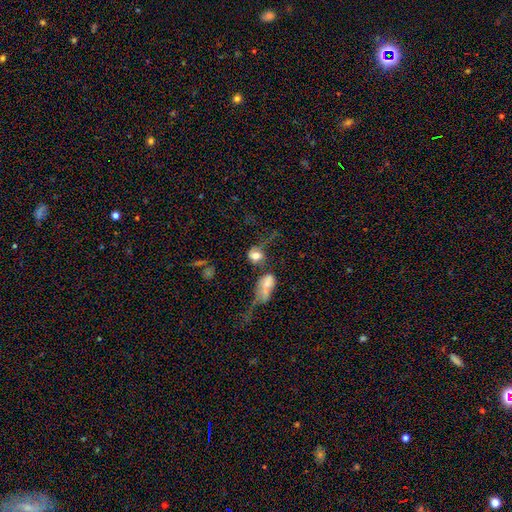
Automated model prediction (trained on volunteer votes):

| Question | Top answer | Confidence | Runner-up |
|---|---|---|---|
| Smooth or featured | smooth | 61% | featured or disk (27%) |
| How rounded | round | 59% | in between (38%) |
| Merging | merger | 39% | major disturbance (28%) |